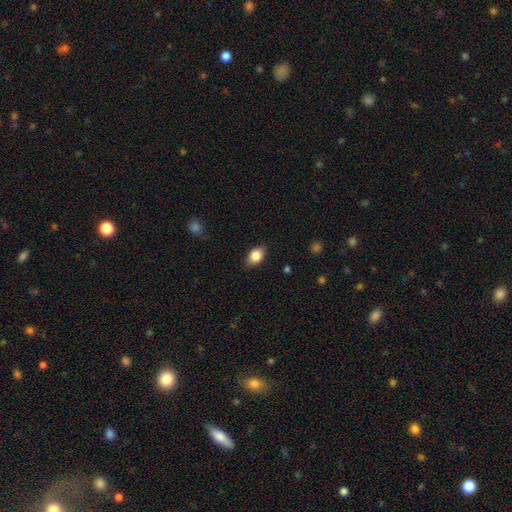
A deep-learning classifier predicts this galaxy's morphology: smooth-or-featured: smooth: 85% | star or artifact: 8% | featured or disk: 7%
  how-rounded: in between: 78% | round: 20% | cigar-shaped: 2%
  merging: none: 83% | minor disturbance: 14% | major disturbance: 3% | merger: 1%